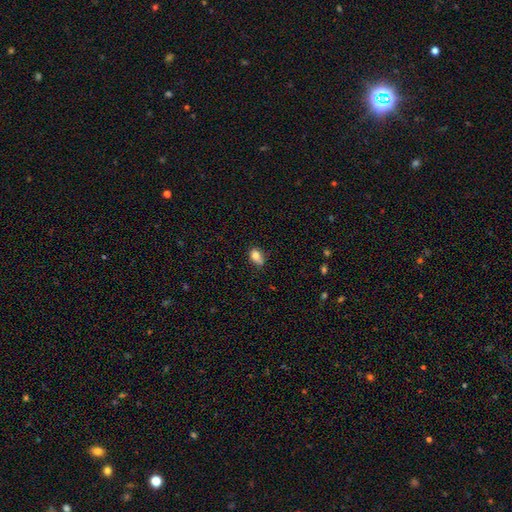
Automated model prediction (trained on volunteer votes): Smooth or featured? smooth (79%)
How rounded? in between (77%)
Merging? none (56%)